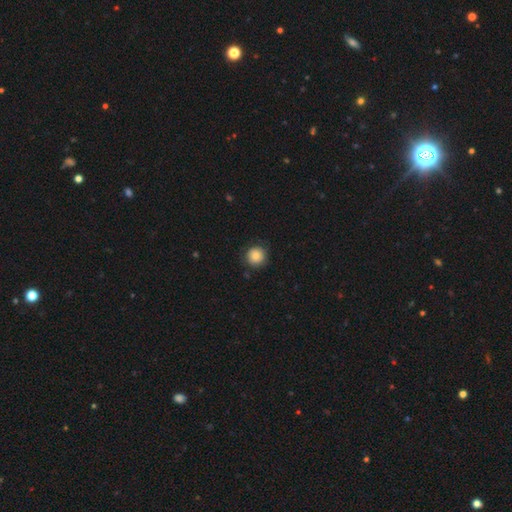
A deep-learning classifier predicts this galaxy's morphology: smooth-or-featured: smooth: 82% | star or artifact: 9% | featured or disk: 9%
  how-rounded: round: 94% | in between: 5% | cigar-shaped: 1%
  merging: none: 83% | minor disturbance: 13% | major disturbance: 3% | merger: 1%